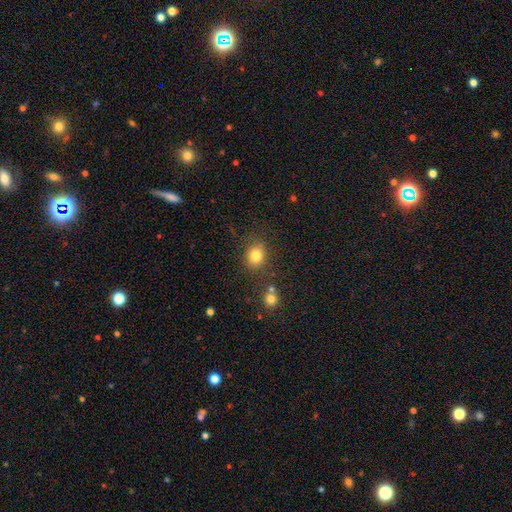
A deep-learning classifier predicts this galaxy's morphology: A smooth galaxy with no disk features (81%) that is round (72%). Merging: none (81%).